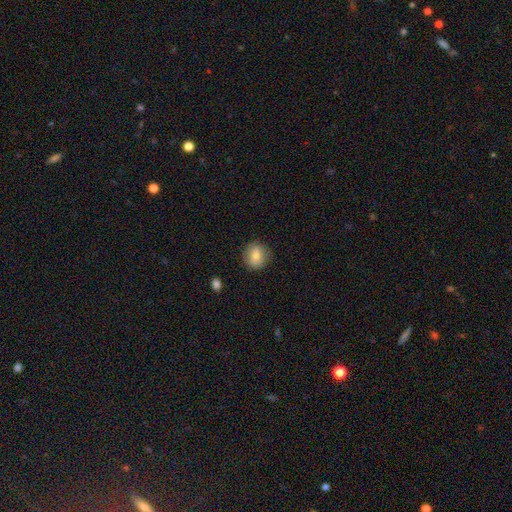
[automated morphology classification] smooth-or-featured: smooth: 79% | featured or disk: 12% | star or artifact: 9%
  how-rounded: round: 86% | in between: 13% | cigar-shaped: 1%
  merging: none: 87% | minor disturbance: 9% | major disturbance: 2% | merger: 1%